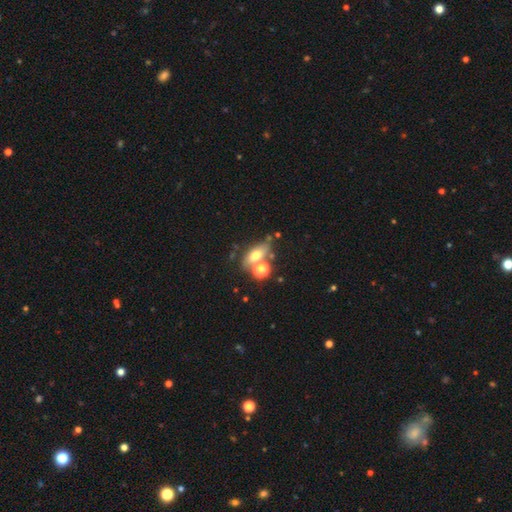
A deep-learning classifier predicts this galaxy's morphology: Smooth or featured: smooth — 62% (featured or disk — 24%)
How rounded: in between — 67% (round — 19%)
Merging: none — 52% (merger — 28%)